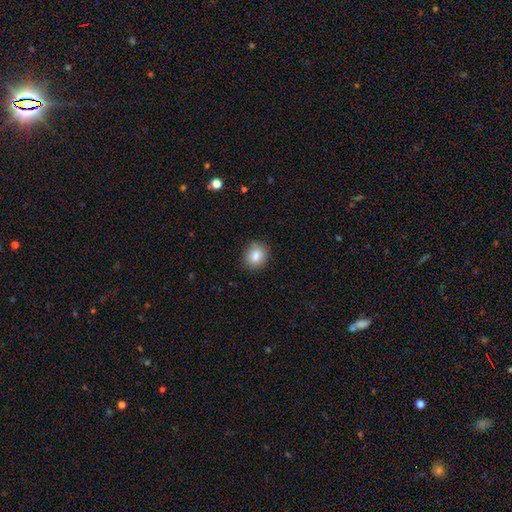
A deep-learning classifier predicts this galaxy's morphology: Smooth or featured?
  - smooth: 84% *
  - star or artifact: 9%
  - featured or disk: 7%
How rounded?
  - round: 75% *
  - in between: 24%
  - cigar-shaped: 1%
Merging?
  - none: 87% *
  - minor disturbance: 10%
  - major disturbance: 2%
  - merger: 1%